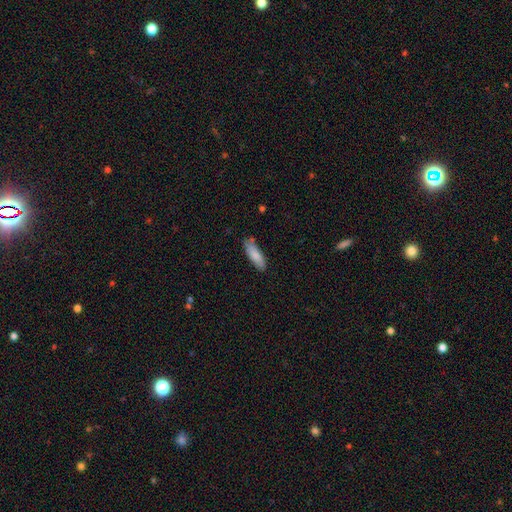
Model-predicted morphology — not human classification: The model was most divided on "how rounded": in between: 52%, cigar-shaped: 47%, round: 2%. More confident: smooth or featured — smooth (83%); merging — none (77%).